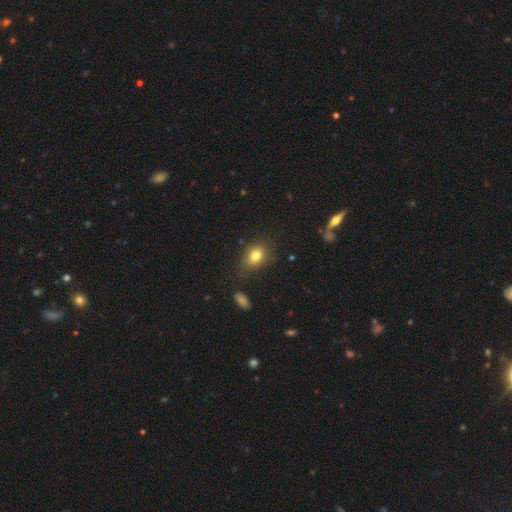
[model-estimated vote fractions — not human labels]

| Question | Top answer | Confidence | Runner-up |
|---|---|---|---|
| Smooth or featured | smooth | 80% | star or artifact (10%) |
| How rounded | in between | 67% | round (32%) |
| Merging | none | 73% | minor disturbance (19%) |